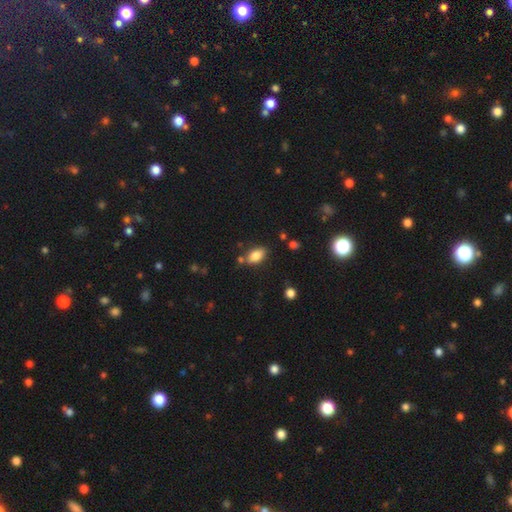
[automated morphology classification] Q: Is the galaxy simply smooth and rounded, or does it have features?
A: smooth — 83%.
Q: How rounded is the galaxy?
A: in between — 91%.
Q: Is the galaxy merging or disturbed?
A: none — 75%.